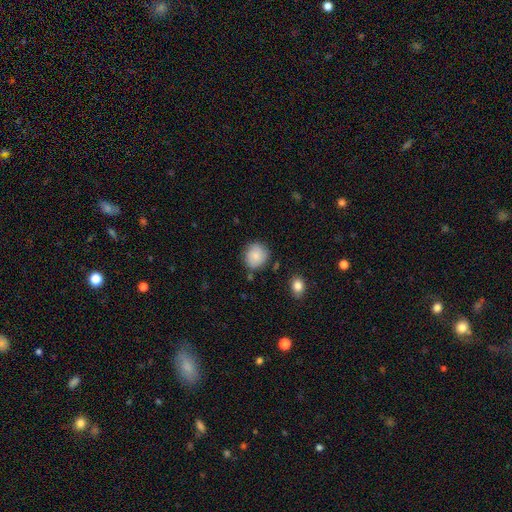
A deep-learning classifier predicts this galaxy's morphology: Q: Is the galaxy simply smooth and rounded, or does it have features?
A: smooth — 78%.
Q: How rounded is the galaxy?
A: round — 83%.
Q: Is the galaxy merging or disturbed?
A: none — 77%.